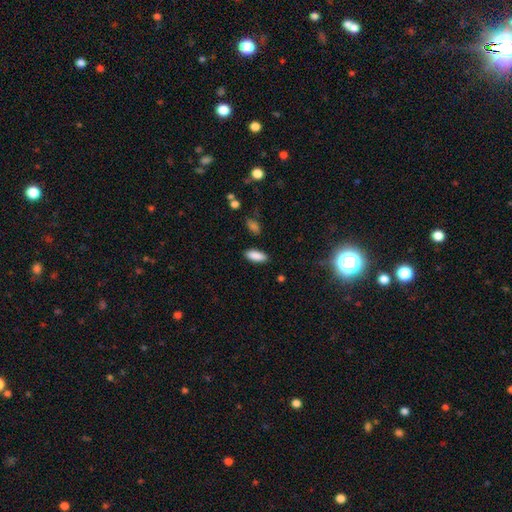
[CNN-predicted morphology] smooth 88%, star or artifact 7%, featured or disk 5%. Down the decision tree: how rounded — in between (79%); merging — none (86%).